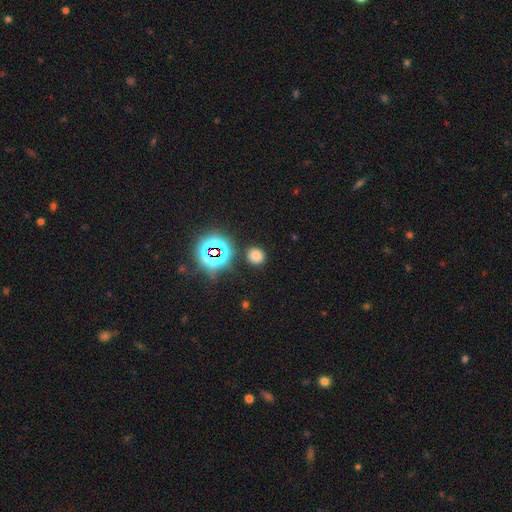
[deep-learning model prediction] This is likely a smooth galaxy (70%). How rounded: clearly round (81%). Merging: clearly none (86%).